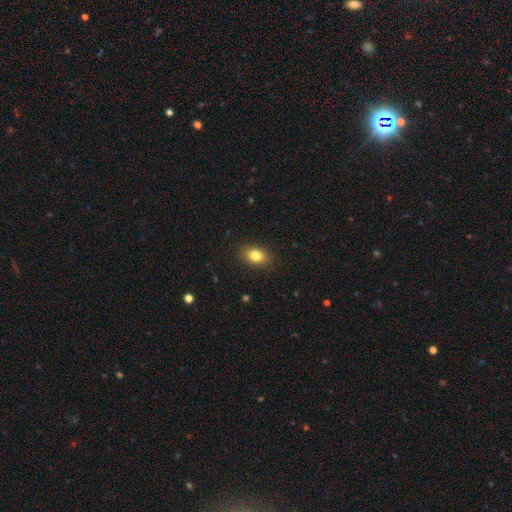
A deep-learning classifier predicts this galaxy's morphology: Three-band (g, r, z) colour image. It shows a smooth galaxy with no disk features (83%) that is in between round and cigar-shaped (76%). Merging: none (87%).